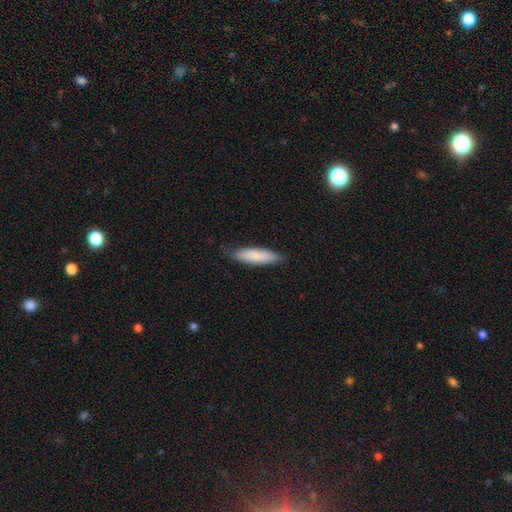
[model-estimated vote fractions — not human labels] A smooth galaxy with no disk features (82%) that is cigar-shaped (64%).

Vote fractions:
- Smooth or featured? smooth: 82% / featured or disk: 13% / star or artifact: 6%
- How rounded? cigar-shaped: 64% / in between: 35% / round: 1%
- Merging? none: 81% / minor disturbance: 15% / major disturbance: 3% / merger: 1%